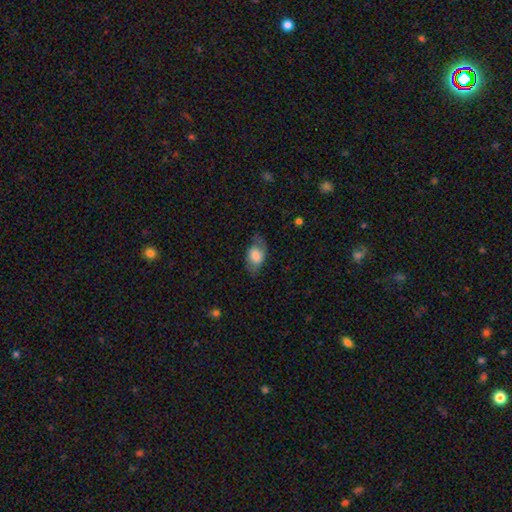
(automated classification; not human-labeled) A smooth galaxy with no disk features (62%) that is in between round and cigar-shaped (87%).

Vote fractions:
- Smooth or featured? smooth: 62% / featured or disk: 31% / star or artifact: 7%
- How rounded? in between: 87% / round: 10% / cigar-shaped: 3%
- Merging? none: 67% / minor disturbance: 21% / major disturbance: 11% / merger: 1%